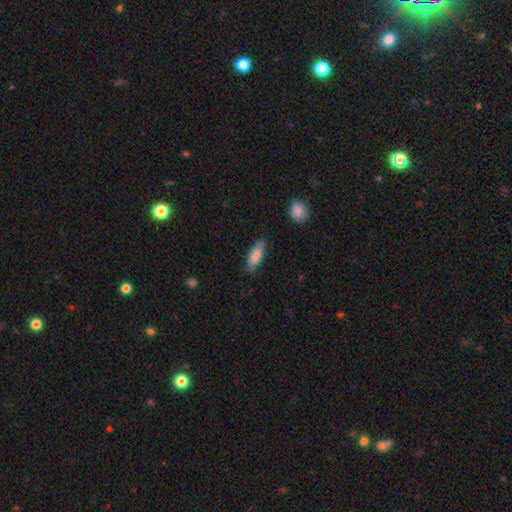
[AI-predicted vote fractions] Smooth or featured: smooth — 83% (featured or disk — 11%)
How rounded: in between — 57% (cigar-shaped — 42%)
Merging: none — 81% (minor disturbance — 15%)